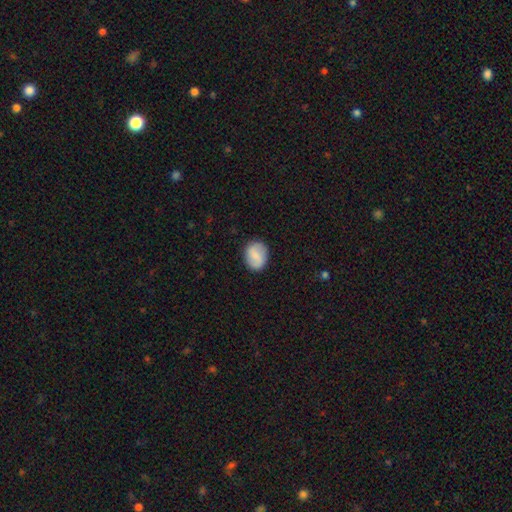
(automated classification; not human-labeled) A smooth galaxy with no disk features (68%) that is round (54%). Merging: none (86%).